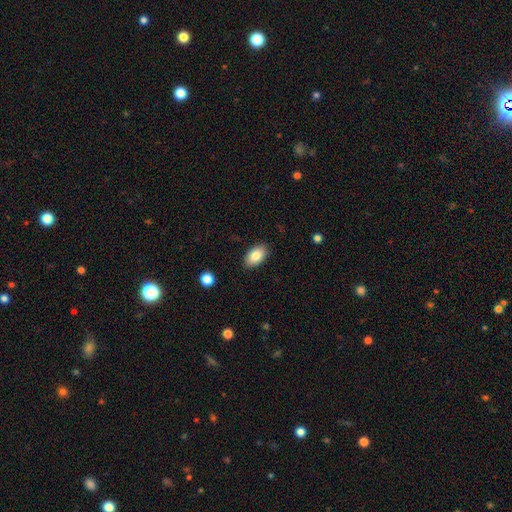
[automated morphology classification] smooth 84%, featured or disk 9%, star or artifact 7%. Down the decision tree: how rounded — in between (93%); merging — none (87%).